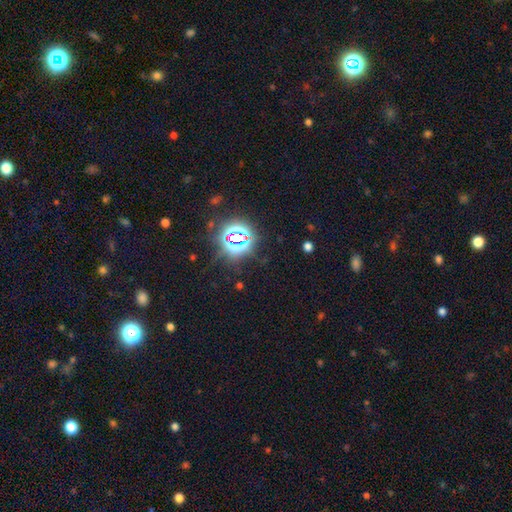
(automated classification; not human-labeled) Overall: star or artifact (82%).